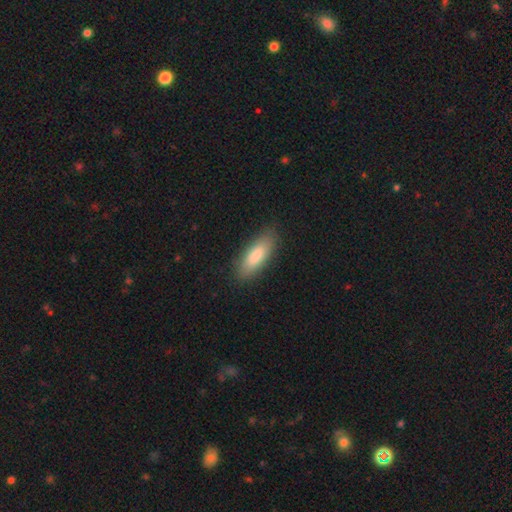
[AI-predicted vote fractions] Q: Smooth or featured?
A: smooth (84%); runner-up: featured or disk (10%)
Q: How rounded?
A: in between (59%); runner-up: cigar-shaped (39%)
Q: Merging?
A: none (87%); runner-up: minor disturbance (10%)